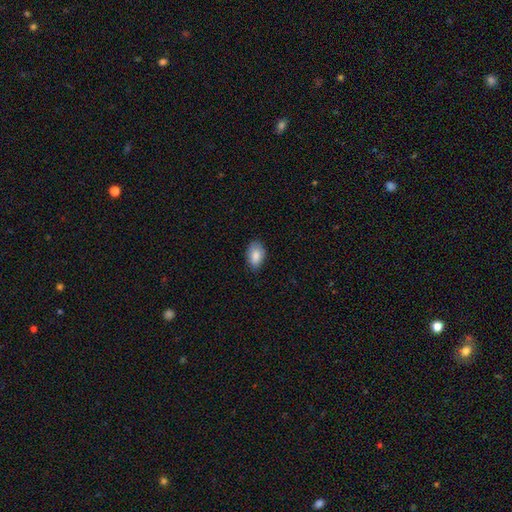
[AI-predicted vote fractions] The model was most divided on "merging": none: 76%, minor disturbance: 20%, major disturbance: 3%, merger: 1%. More confident: how rounded — in between (90%); smooth or featured — smooth (86%).